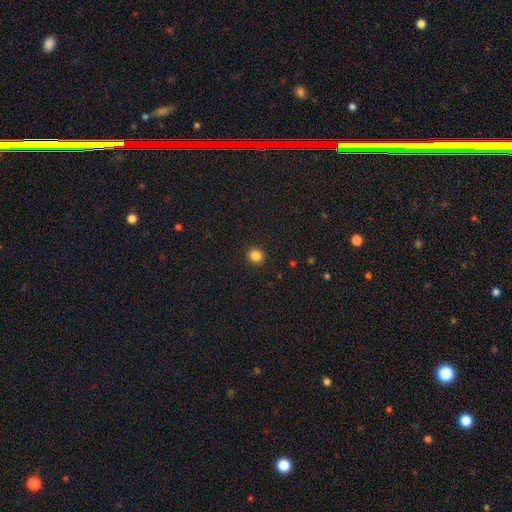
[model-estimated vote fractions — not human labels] smooth 84%, star or artifact 12%, featured or disk 4%. Down the decision tree: how rounded — round (89%); merging — none (92%).